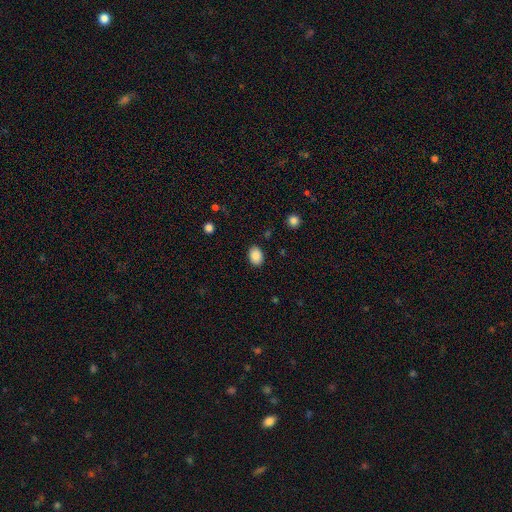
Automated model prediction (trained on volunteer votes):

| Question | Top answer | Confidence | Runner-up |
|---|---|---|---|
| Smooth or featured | smooth | 88% | star or artifact (8%) |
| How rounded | in between | 75% | round (24%) |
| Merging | none | 88% | minor disturbance (9%) |